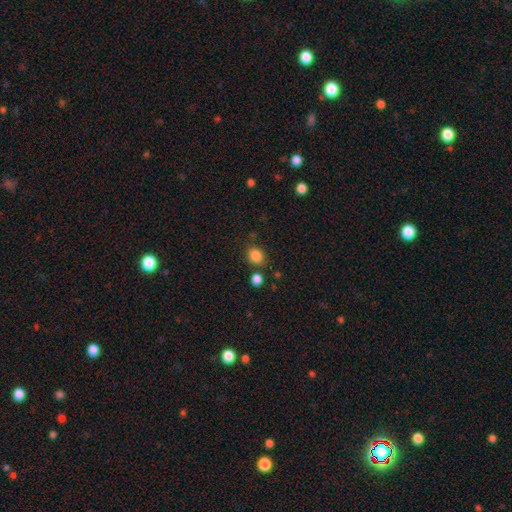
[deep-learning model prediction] A smooth galaxy with no disk features (85%) that is round (61%). Merging: none (76%).